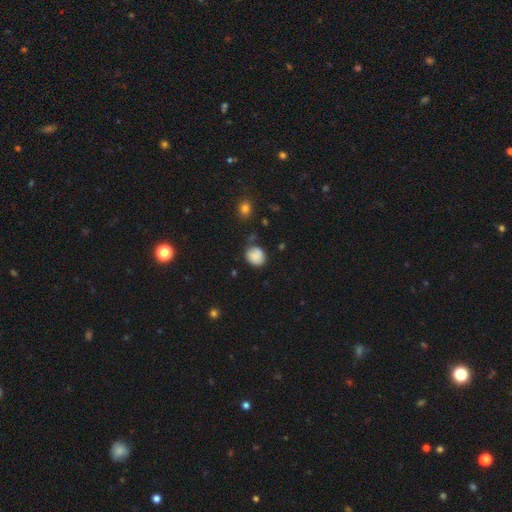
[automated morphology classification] smooth-or-featured: smooth: 84% | star or artifact: 9% | featured or disk: 7%
  how-rounded: round: 72% | in between: 27% | cigar-shaped: 1%
  merging: none: 70% | minor disturbance: 21% | major disturbance: 5% | merger: 4%